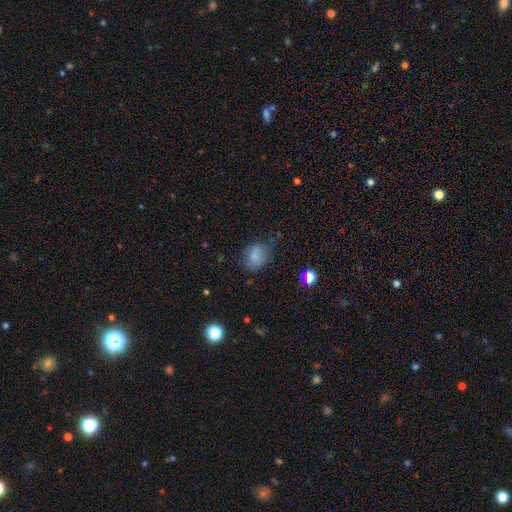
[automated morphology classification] Smooth or featured? smooth (74%)
How rounded? in between (50%)
Merging? none (54%)